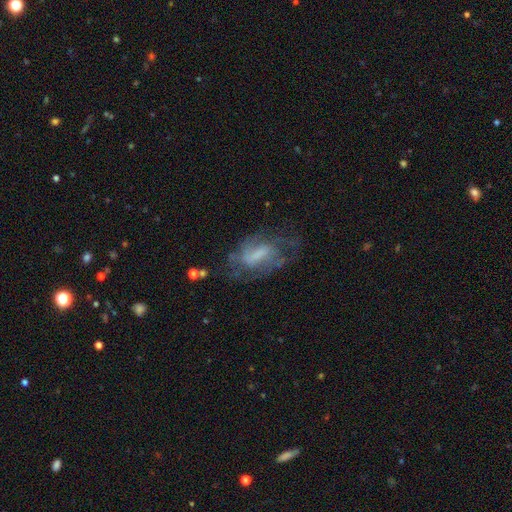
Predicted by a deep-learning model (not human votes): Smooth or featured? Predicted: featured or disk (p=0.63). Edge-on disk? Predicted: no (p=0.93). Bar? Predicted: weak (p=0.44). Spiral arms? Predicted: yes (p=0.68). Bulge size? Predicted: none (p=0.38). Merging? Predicted: none (p=0.51).